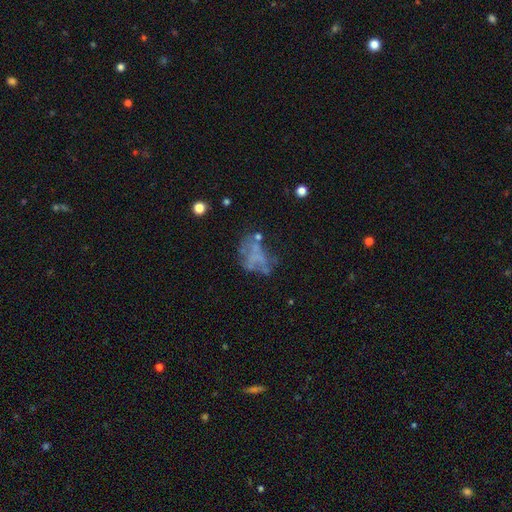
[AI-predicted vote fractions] This appears to be a featured or disk galaxy (54%) with no bar (92%), no spiral arms (91%) and no central bulge (85%). Merging: none (37%).